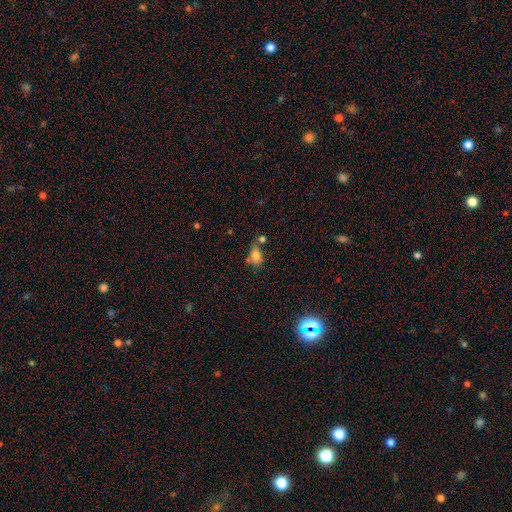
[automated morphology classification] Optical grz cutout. It shows a smooth galaxy with no disk features (77%) that is in between round and cigar-shaped (81%). Merging: none (45%).